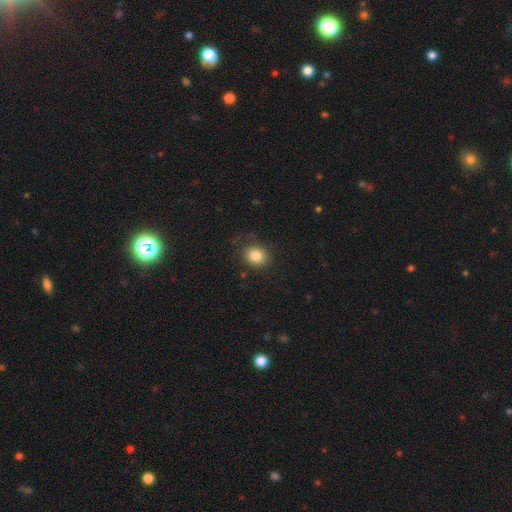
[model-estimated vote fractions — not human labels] Smooth or featured?
  - smooth: 84% *
  - star or artifact: 10%
  - featured or disk: 6%
How rounded?
  - round: 70% *
  - in between: 29%
  - cigar-shaped: 1%
Merging?
  - none: 81% *
  - minor disturbance: 13%
  - major disturbance: 5%
  - merger: 1%